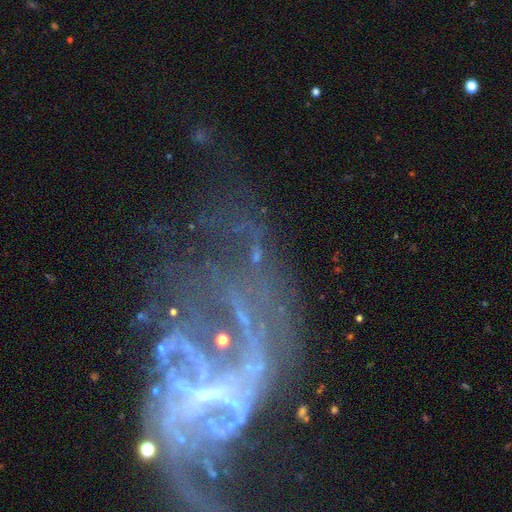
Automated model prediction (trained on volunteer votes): smooth-or-featured: featured or disk: 75% | star or artifact: 17% | smooth: 8%
  disk-edge-on: no: 96% | yes: 4%
    bar: no: 41% | weak: 34% | strong: 25%
    has-spiral-arms: yes: 62% | no: 38%
    bulge-size: small: 48% | none: 30% | moderate: 17% | large: 3% | dominant: 2%
  merging: major disturbance: 48% | none: 29% | minor disturbance: 14% | merger: 9%